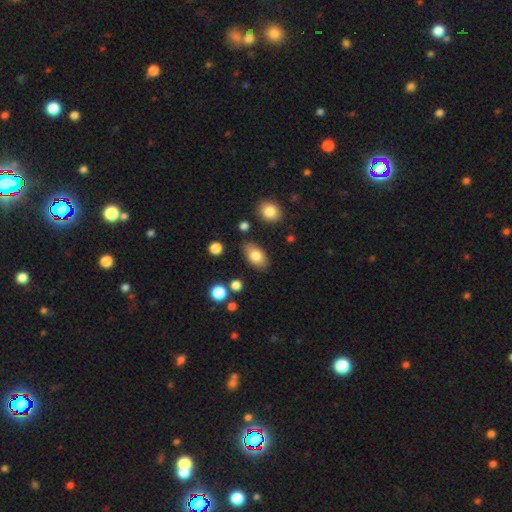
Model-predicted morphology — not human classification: This appears to be a smooth galaxy with no disk features (79%) that is in between round and cigar-shaped (91%). Merging: none (82%).